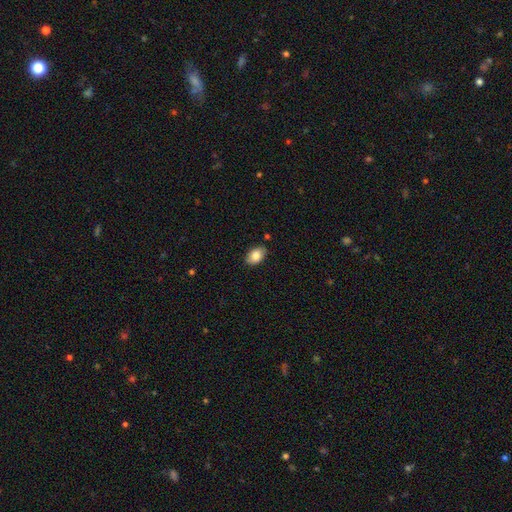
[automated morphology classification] smooth-or-featured: smooth: 84% | featured or disk: 9% | star or artifact: 7%
  how-rounded: in between: 89% | round: 9% | cigar-shaped: 1%
  merging: none: 86% | minor disturbance: 11% | major disturbance: 2% | merger: 2%